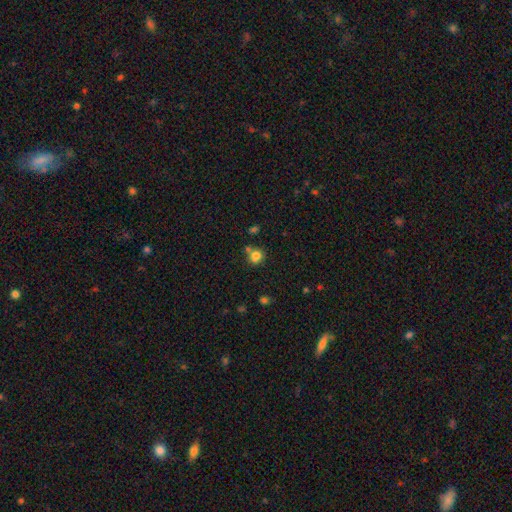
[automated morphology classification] A smooth galaxy with no disk features (80%) that is round (79%). Merging: none (61%).